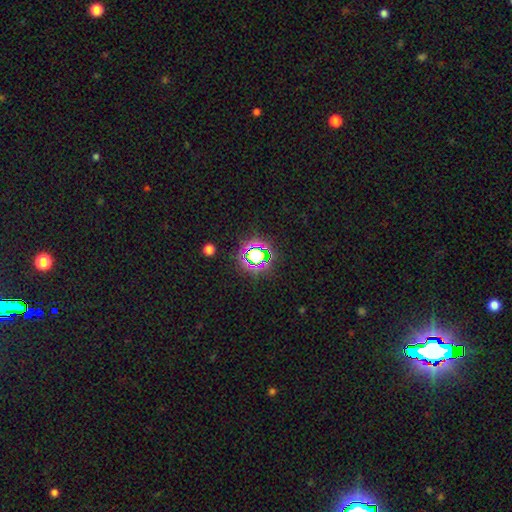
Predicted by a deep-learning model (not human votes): Smooth or featured? Predicted: star or artifact (p=0.66).